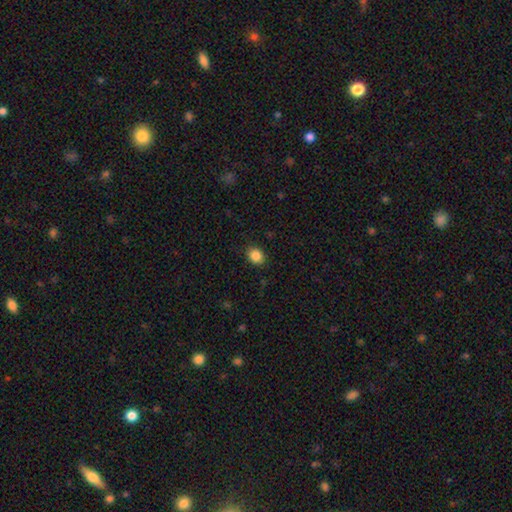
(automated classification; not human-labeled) smooth 86%, star or artifact 9%, featured or disk 4%. Down the decision tree: how rounded — round (53%); merging — none (89%).